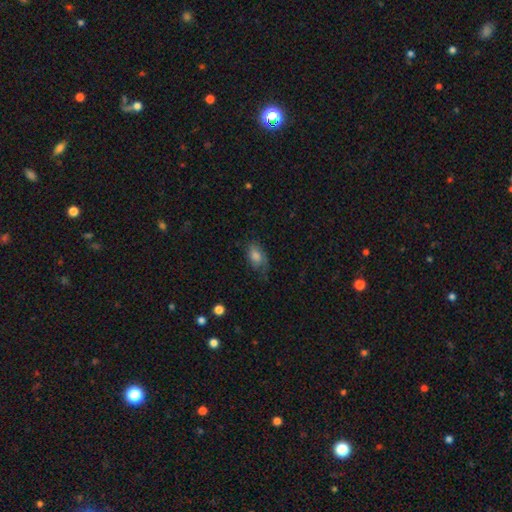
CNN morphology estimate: This appears to be a smooth galaxy with no disk features (68%) that is in between round and cigar-shaped (87%). Merging: none (58%).